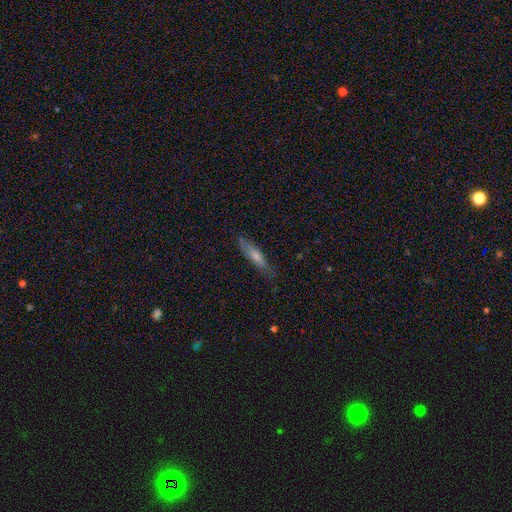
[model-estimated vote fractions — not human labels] A smooth galaxy with no disk features (49%). Merging: none (81%).